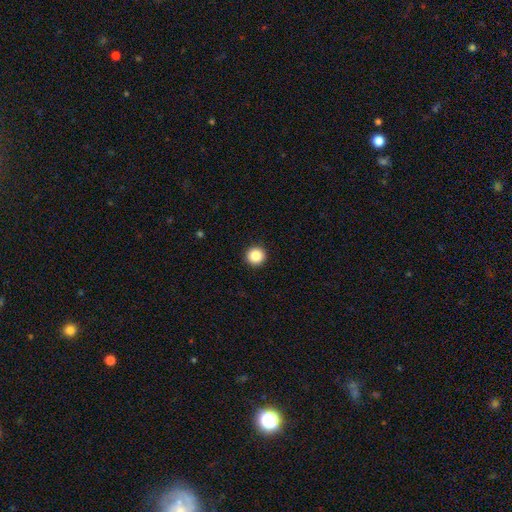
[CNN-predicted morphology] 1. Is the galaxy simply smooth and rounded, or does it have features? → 86% smooth, 9% star or artifact, 5% featured or disk.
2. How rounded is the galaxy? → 96% round, 3% in between, 1% cigar-shaped.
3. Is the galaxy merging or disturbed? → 94% none, 4% minor disturbance, 1% major disturbance, 1% merger.